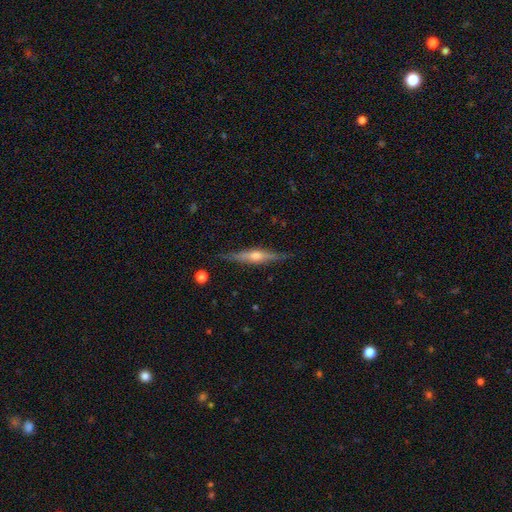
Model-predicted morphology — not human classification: featured or disk 75%, smooth 19%, star or artifact 6%. Down the decision tree: edge-on disk — yes (97%); edge-on bulge — rounded (87%); merging — none (87%).